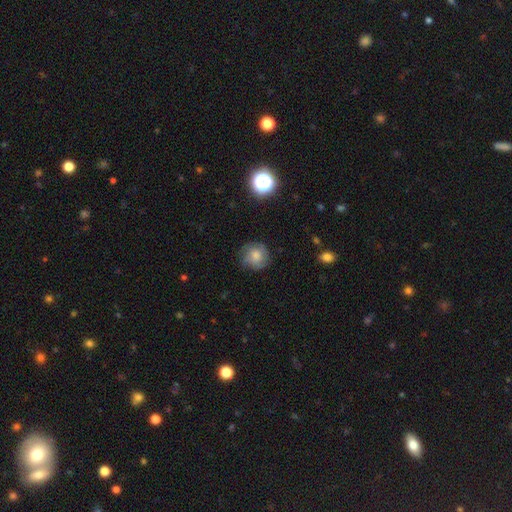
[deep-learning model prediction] Smooth or featured? Predicted: smooth (p=0.69). How rounded? Predicted: round (p=0.90). Merging? Predicted: none (p=0.77).